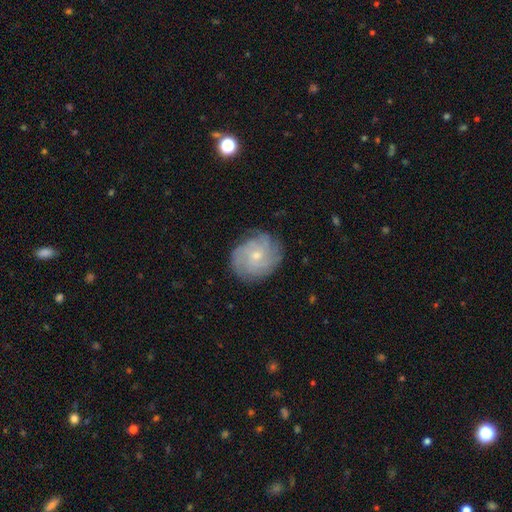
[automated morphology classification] Q: Smooth or featured?
A: featured or disk (71%); runner-up: smooth (21%)
Q: Edge-on disk?
A: no (97%); runner-up: yes (3%)
Q: Bar?
A: no (73%); runner-up: weak (24%)
Q: Spiral arms?
A: yes (92%); runner-up: no (8%)
Q: Spiral winding?
A: tight (60%); runner-up: medium (31%)
Q: Spiral arm count?
A: can't tell (37%); runner-up: 4 (23%)
Q: Bulge size?
A: small (63%); runner-up: moderate (33%)
Q: Merging?
A: none (78%); runner-up: minor disturbance (16%)